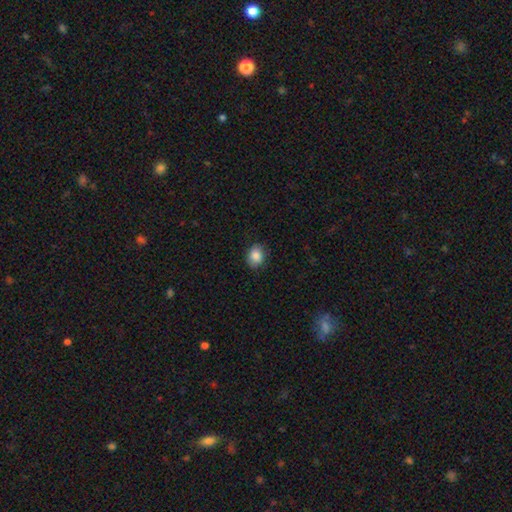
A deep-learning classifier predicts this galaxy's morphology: Q: Smooth or featured?
A: smooth (86%); runner-up: star or artifact (8%)
Q: How rounded?
A: in between (53%); runner-up: round (46%)
Q: Merging?
A: none (83%); runner-up: minor disturbance (13%)